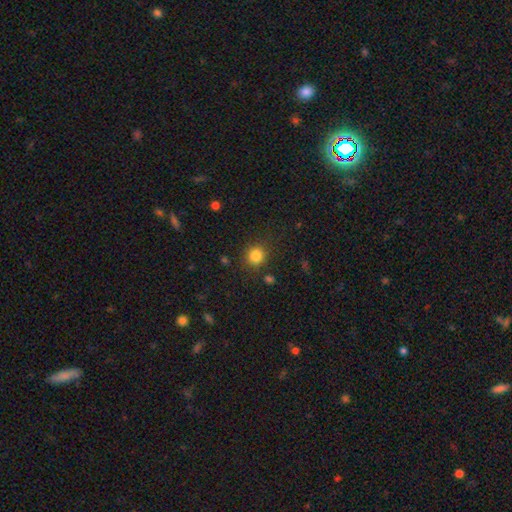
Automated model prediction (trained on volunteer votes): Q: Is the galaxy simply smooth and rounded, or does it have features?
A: smooth — 83%.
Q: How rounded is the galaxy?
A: round — 90%.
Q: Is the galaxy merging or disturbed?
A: none — 85%.